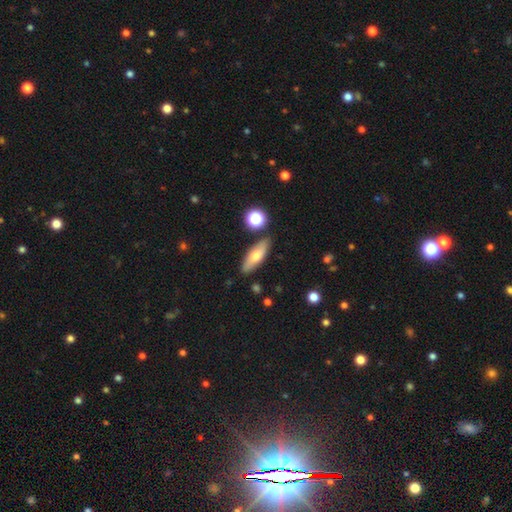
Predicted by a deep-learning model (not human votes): Morphology: type=smooth (62%); roundness=in between (58%); merging=none (84%).